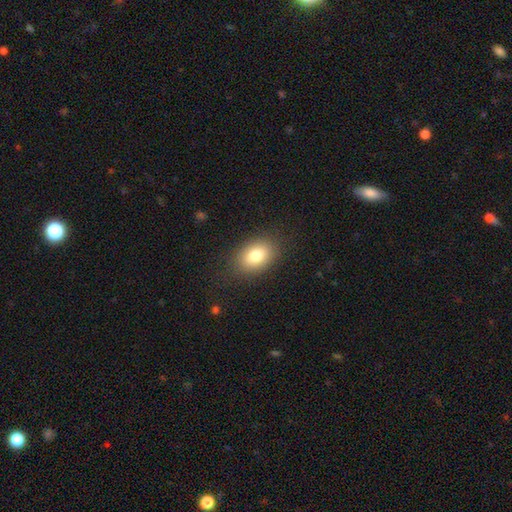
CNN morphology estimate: A smooth galaxy with no disk features (80%) that is in between round and cigar-shaped (80%). Merging: none (85%).